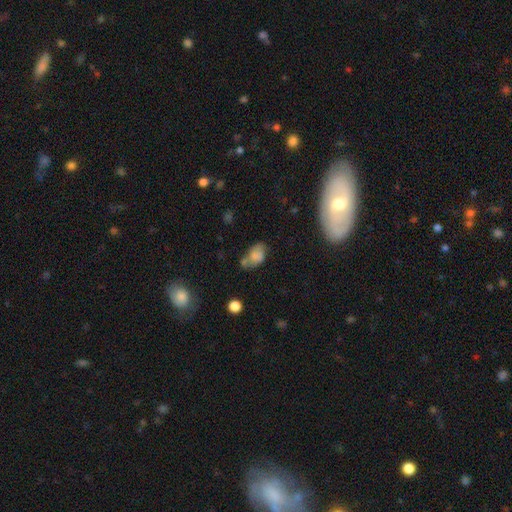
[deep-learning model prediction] The model was most divided on "merging": none: 37%, minor disturbance: 27%, merger: 23%, major disturbance: 13%. More confident: how rounded — in between (86%); smooth or featured — smooth (69%).